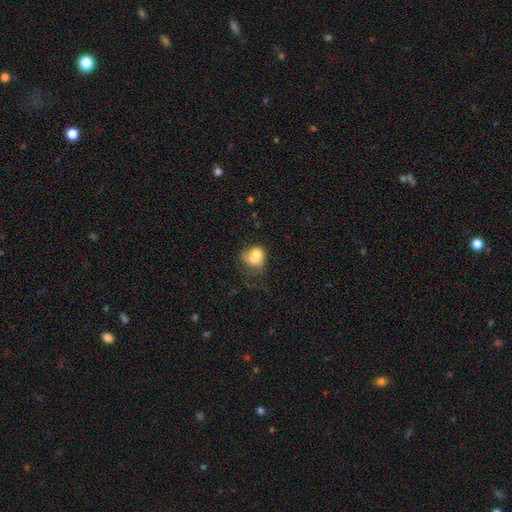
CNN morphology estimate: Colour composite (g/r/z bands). It shows a smooth galaxy with no disk features (70%) that is round (56%). Merging: major disturbance (29%).